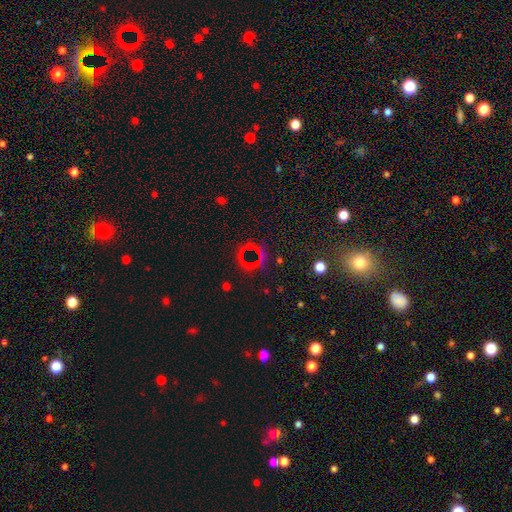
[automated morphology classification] star or artifact 63%, smooth 23%, featured or disk 14%.